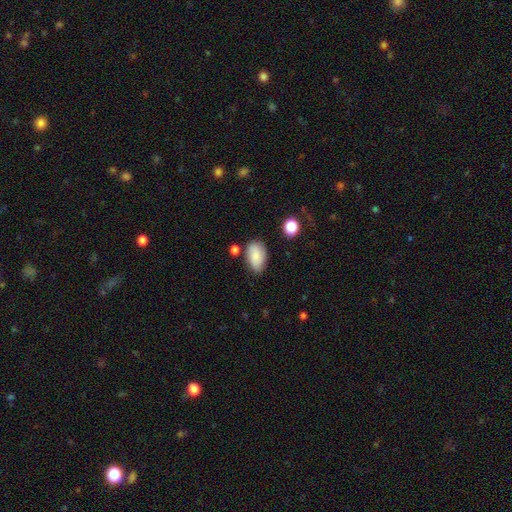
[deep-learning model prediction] Overall: smooth (79%). How rounded: in between (91%). Merging: none (69%).